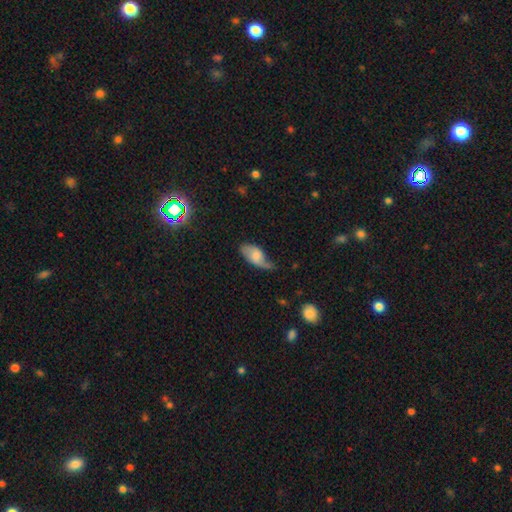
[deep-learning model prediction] smooth-or-featured: smooth: 57% | featured or disk: 37% | star or artifact: 7%
  how-rounded: in between: 90% | cigar-shaped: 7% | round: 4%
  merging: minor disturbance: 41% | none: 37% | major disturbance: 20% | merger: 3%